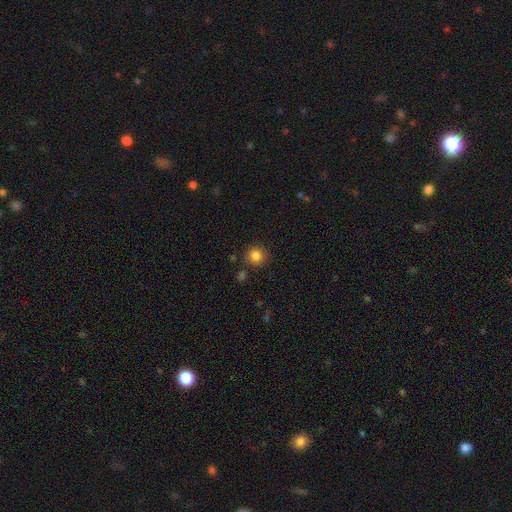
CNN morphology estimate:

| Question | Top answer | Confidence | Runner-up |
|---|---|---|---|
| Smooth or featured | smooth | 84% | star or artifact (12%) |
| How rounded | round | 93% | in between (6%) |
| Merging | none | 87% | minor disturbance (7%) |